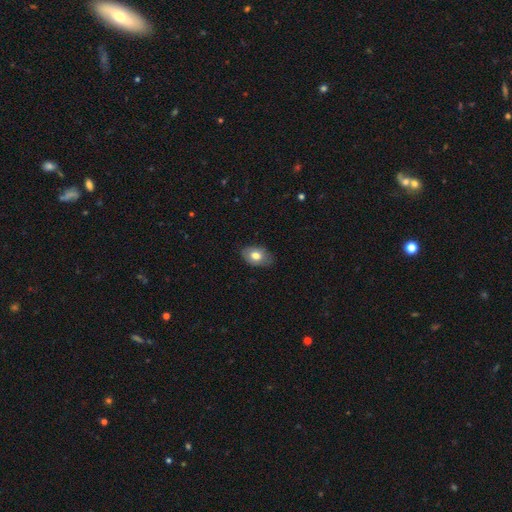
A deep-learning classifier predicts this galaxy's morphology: Overall: smooth (71%). How rounded: in between (85%). Merging: none (77%).